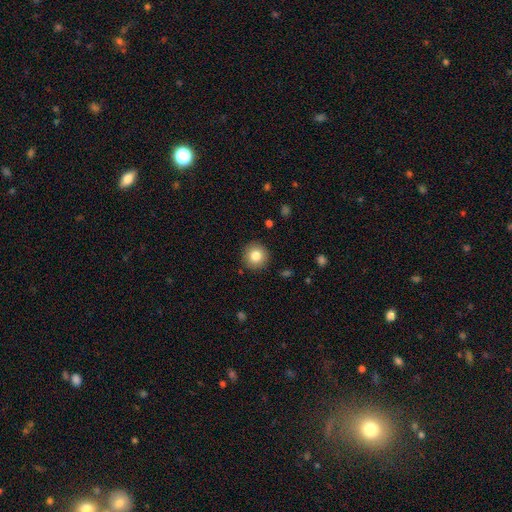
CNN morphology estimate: This appears to be a smooth galaxy with no disk features (82%) that is round (94%). Merging: none (90%).